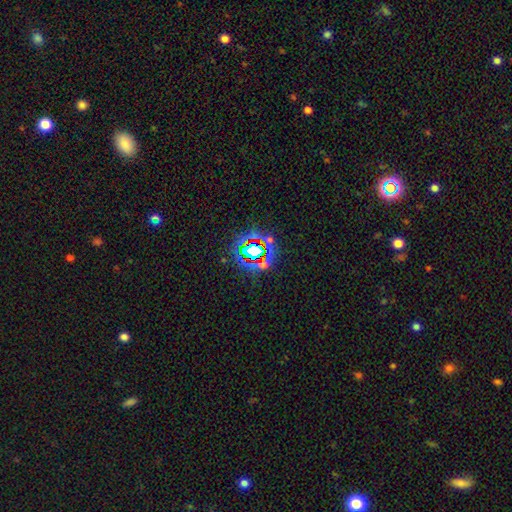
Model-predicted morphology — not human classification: This appears to be a star or artifact, not a galaxy (69%).